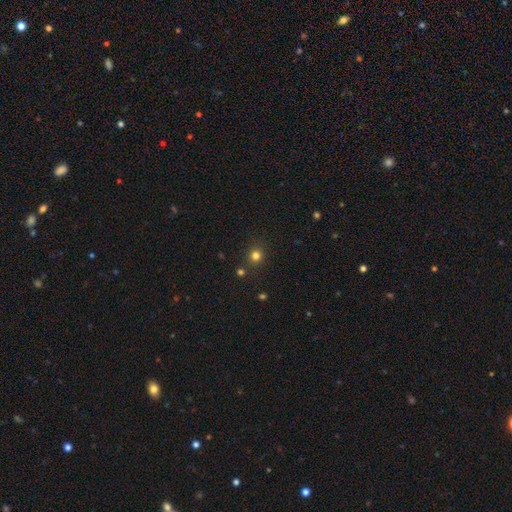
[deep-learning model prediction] This appears to be a smooth galaxy with no disk features (77%) that is round (89%). Merging: none (85%).